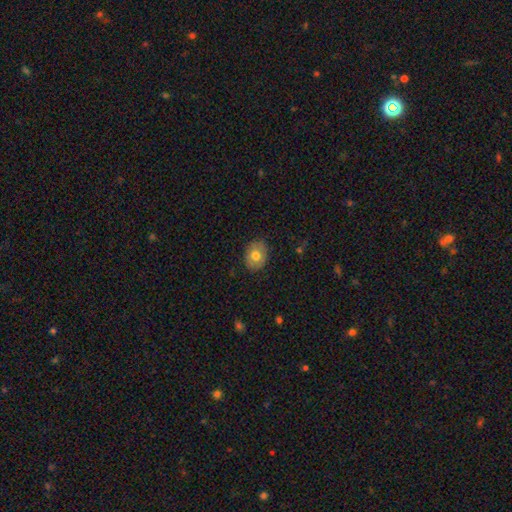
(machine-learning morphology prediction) Smooth or featured? Predicted: smooth (p=0.74). How rounded? Predicted: in between (p=0.59). Merging? Predicted: none (p=0.84).